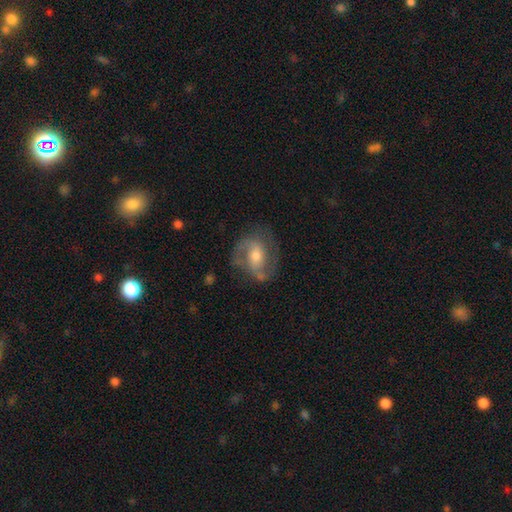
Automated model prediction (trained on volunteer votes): This is likely a featured or disk galaxy (75%). It is clearly not viewed edge-on (97%). Bar: marginally weak (43%). Spiral arm pattern: clearly yes (89%). Spiral arm count: likely 2 (79%). Spiral winding: possibly medium (52%). Central bulge: likely moderate (62%). Merging: likely none (67%).